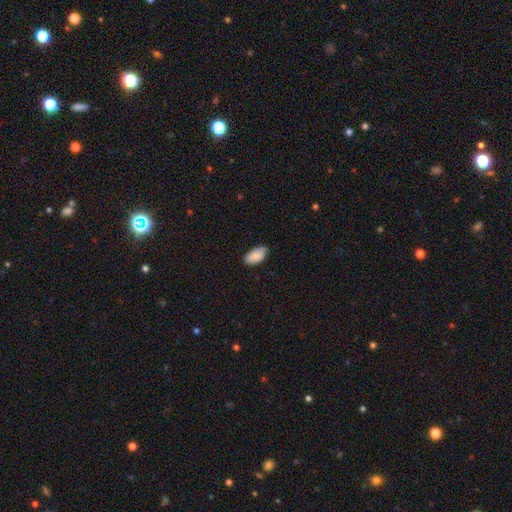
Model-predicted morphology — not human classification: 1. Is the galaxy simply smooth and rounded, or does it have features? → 88% smooth, 6% star or artifact, 6% featured or disk.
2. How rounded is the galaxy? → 95% in between, 3% cigar-shaped, 2% round.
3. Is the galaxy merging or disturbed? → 77% none, 20% minor disturbance, 2% major disturbance, 1% merger.